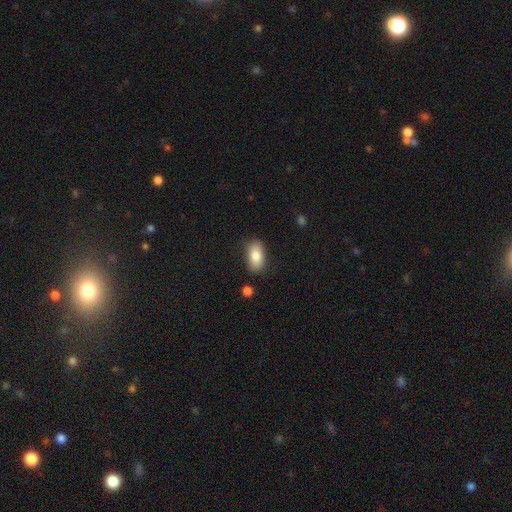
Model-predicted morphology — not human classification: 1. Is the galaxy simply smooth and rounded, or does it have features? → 83% smooth, 10% featured or disk, 7% star or artifact.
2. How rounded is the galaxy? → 91% in between, 5% round, 4% cigar-shaped.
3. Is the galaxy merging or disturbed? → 83% none, 12% minor disturbance, 3% major disturbance, 2% merger.